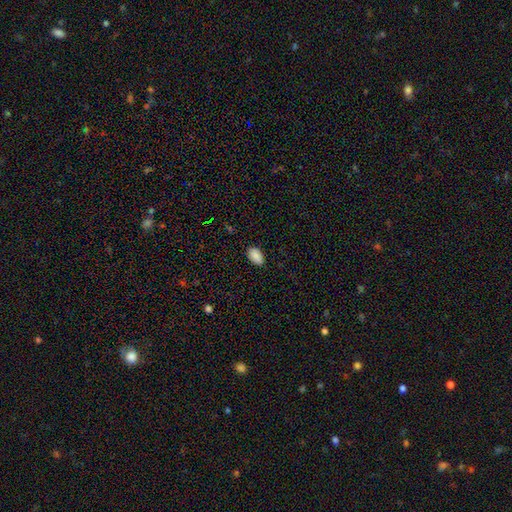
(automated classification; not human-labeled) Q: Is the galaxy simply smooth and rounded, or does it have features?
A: smooth — 88%.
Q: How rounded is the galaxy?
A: in between — 93%.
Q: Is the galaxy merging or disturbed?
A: none — 86%.